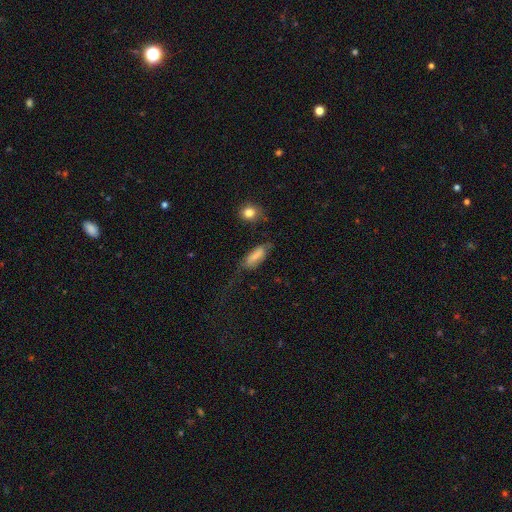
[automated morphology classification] Smooth or featured?
  - smooth: 69% *
  - featured or disk: 23%
  - star or artifact: 8%
How rounded?
  - in between: 70% *
  - cigar-shaped: 26%
  - round: 4%
Merging?
  - none: 46% *
  - minor disturbance: 27%
  - major disturbance: 23%
  - merger: 5%